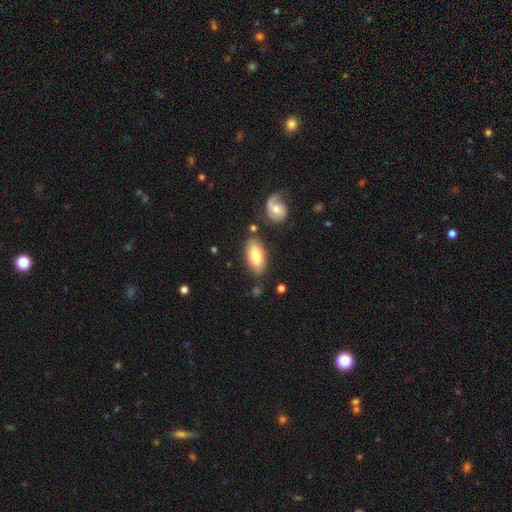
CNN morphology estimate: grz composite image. It shows a smooth galaxy with no disk features (79%) that is in between round and cigar-shaped (91%). Merging: none (76%).